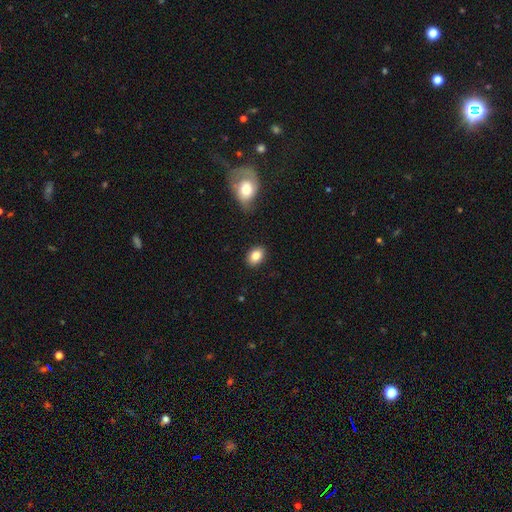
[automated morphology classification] A smooth galaxy with no disk features (84%) that is in between round and cigar-shaped (76%). Merging: none (87%).